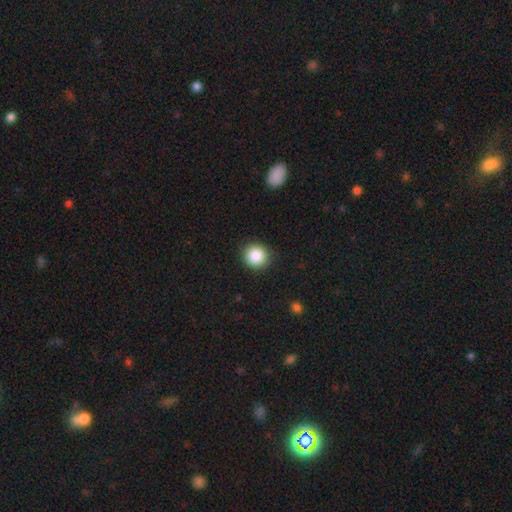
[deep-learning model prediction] smooth-or-featured: smooth: 87% | star or artifact: 9% | featured or disk: 5%
  how-rounded: round: 91% | in between: 8% | cigar-shaped: 1%
  merging: none: 90% | minor disturbance: 7% | major disturbance: 2% | merger: 1%